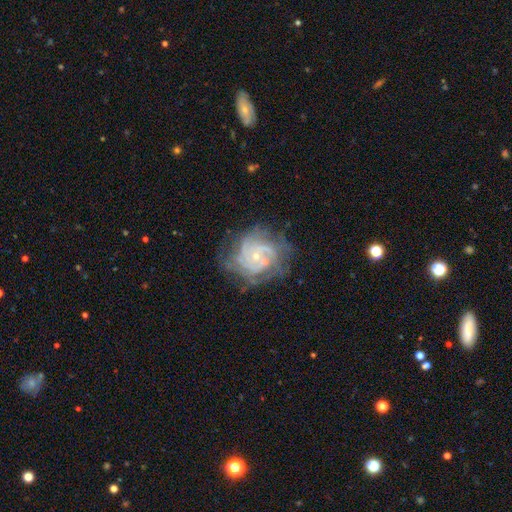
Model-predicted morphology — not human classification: Q: Smooth or featured?
A: featured or disk (82%); runner-up: smooth (10%)
Q: Edge-on disk?
A: no (98%); runner-up: yes (2%)
Q: Bar?
A: no (75%); runner-up: weak (21%)
Q: Spiral arms?
A: yes (93%); runner-up: no (7%)
Q: Spiral winding?
A: tight (65%); runner-up: medium (28%)
Q: Spiral arm count?
A: can't tell (33%); runner-up: 3 (20%)
Q: Bulge size?
A: small (77%); runner-up: moderate (17%)
Q: Merging?
A: none (66%); runner-up: minor disturbance (18%)